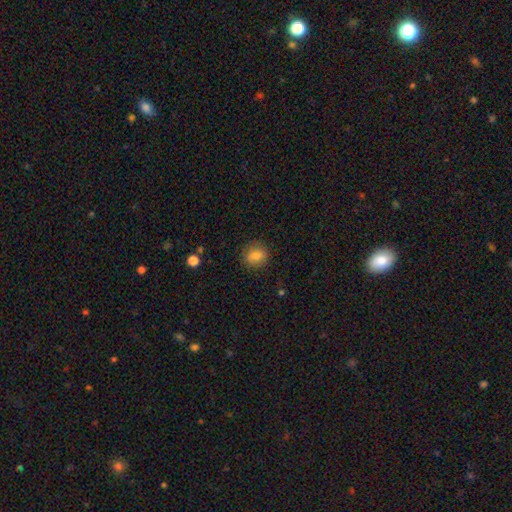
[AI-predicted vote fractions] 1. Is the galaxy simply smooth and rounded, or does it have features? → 79% smooth, 11% featured or disk, 10% star or artifact.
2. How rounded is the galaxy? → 76% round, 23% in between, 1% cigar-shaped.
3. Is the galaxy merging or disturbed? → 87% none, 9% minor disturbance, 3% major disturbance, 1% merger.